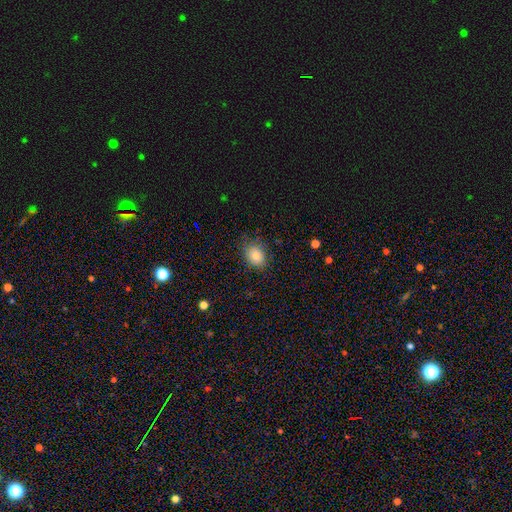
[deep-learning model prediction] Smooth or featured? Predicted: smooth (p=0.85). How rounded? Predicted: in between (p=0.52). Merging? Predicted: none (p=0.80).